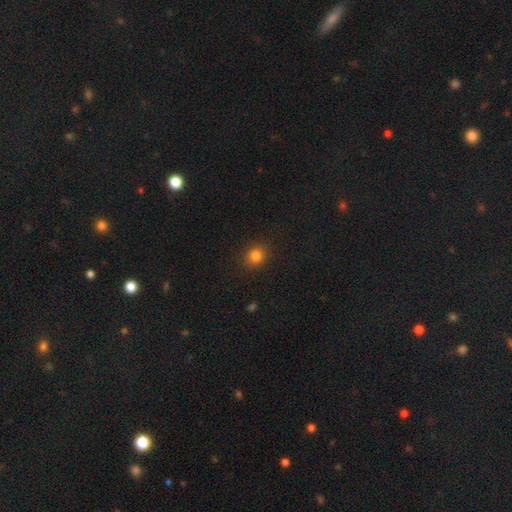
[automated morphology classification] Smooth or featured?
  - smooth: 82% *
  - star or artifact: 13%
  - featured or disk: 5%
How rounded?
  - round: 84% *
  - in between: 15%
  - cigar-shaped: 1%
Merging?
  - none: 90% *
  - minor disturbance: 7%
  - major disturbance: 2%
  - merger: 1%